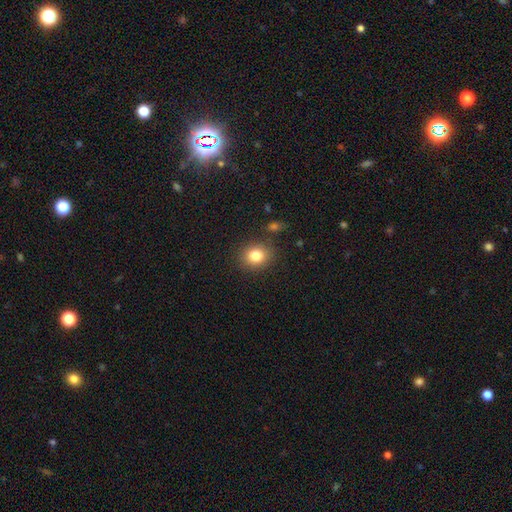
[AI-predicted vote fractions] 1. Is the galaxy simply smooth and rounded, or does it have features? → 82% smooth, 11% star or artifact, 8% featured or disk.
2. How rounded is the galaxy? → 67% round, 32% in between, 1% cigar-shaped.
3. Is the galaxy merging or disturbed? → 84% none, 10% minor disturbance, 3% major disturbance, 3% merger.